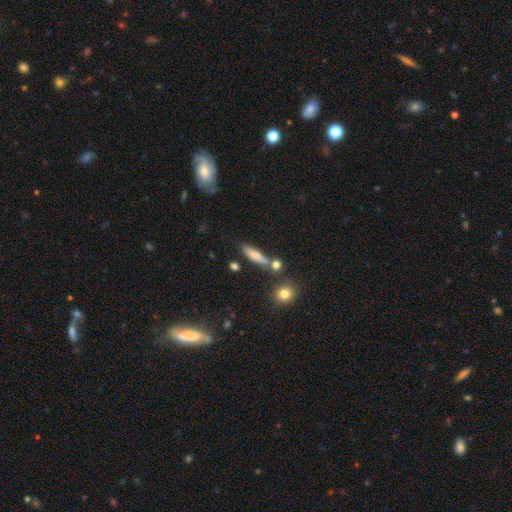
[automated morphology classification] Q: Smooth or featured?
A: smooth (71%); runner-up: featured or disk (20%)
Q: How rounded?
A: cigar-shaped (75%); runner-up: in between (21%)
Q: Merging?
A: none (68%); runner-up: minor disturbance (15%)